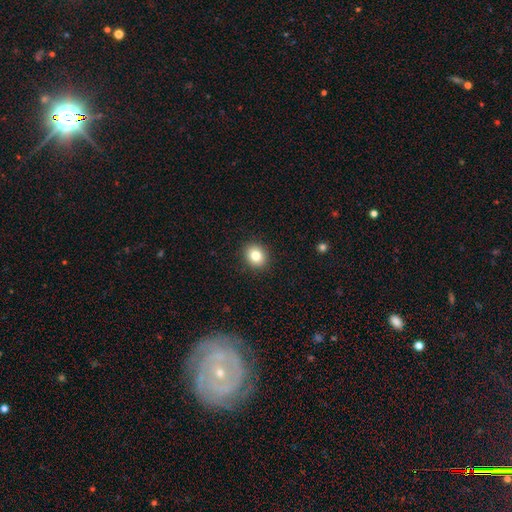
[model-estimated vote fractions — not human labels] Q: Smooth or featured?
A: smooth (82%); runner-up: star or artifact (10%)
Q: How rounded?
A: round (65%); runner-up: in between (35%)
Q: Merging?
A: none (91%); runner-up: minor disturbance (6%)